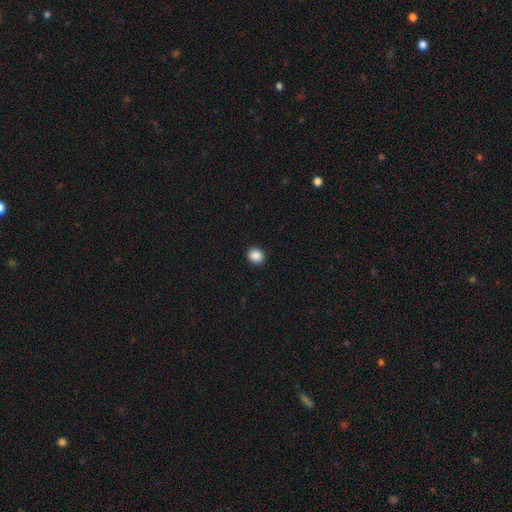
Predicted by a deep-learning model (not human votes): Smooth or featured? Predicted: smooth (p=0.88). How rounded? Predicted: round (p=0.81). Merging? Predicted: none (p=0.92).